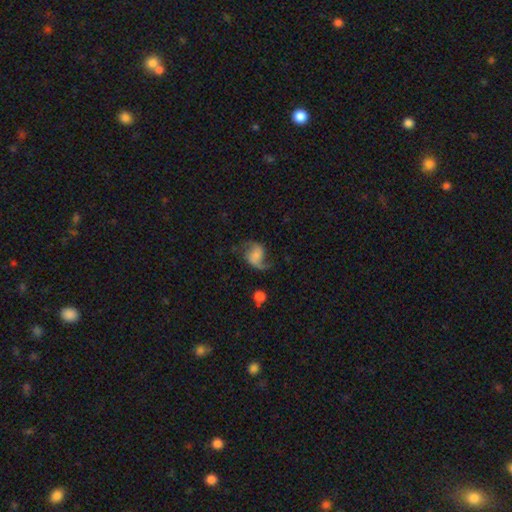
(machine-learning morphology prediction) Smooth or featured? featured or disk (72%)
Edge-on disk? no (98%)
Bar? no (51%)
Spiral arms? yes (94%)
Spiral winding? loose (68%)
Spiral arm count? 2 (87%)
Bulge size? none (49%)
Merging? none (57%)